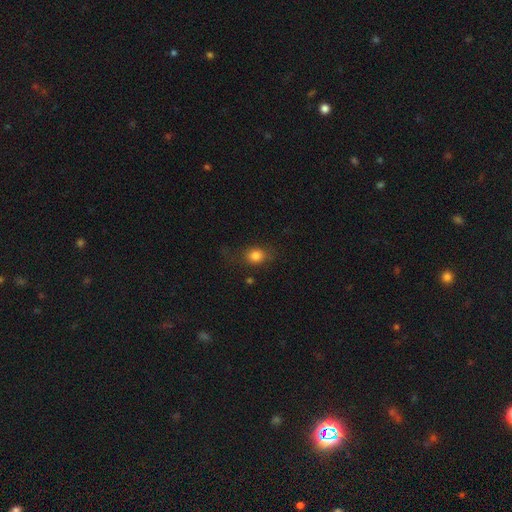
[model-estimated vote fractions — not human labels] Morphology: type=smooth (81%); roundness=round (52%); merging=none (68%).